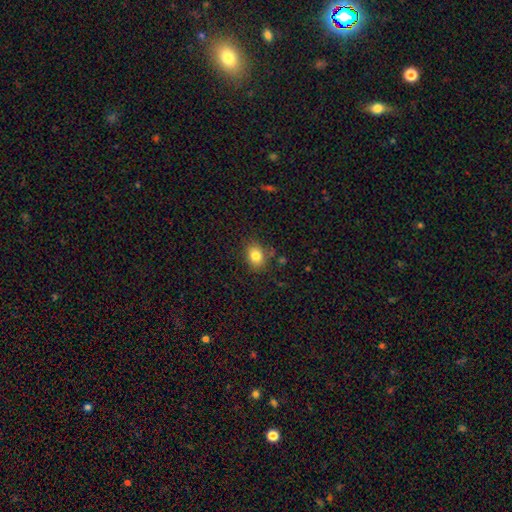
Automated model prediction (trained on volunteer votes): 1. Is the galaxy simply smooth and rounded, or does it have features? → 82% smooth, 11% star or artifact, 8% featured or disk.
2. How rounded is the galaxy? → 56% in between, 43% round, 1% cigar-shaped.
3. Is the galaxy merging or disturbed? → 77% none, 16% minor disturbance, 4% major disturbance, 3% merger.